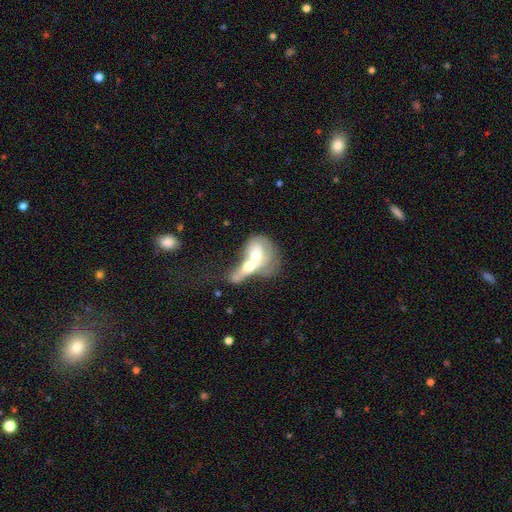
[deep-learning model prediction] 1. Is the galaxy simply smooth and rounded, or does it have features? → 49% featured or disk, 44% smooth, 6% star or artifact.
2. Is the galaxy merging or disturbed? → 80% merger, 9% major disturbance, 7% none, 5% minor disturbance.